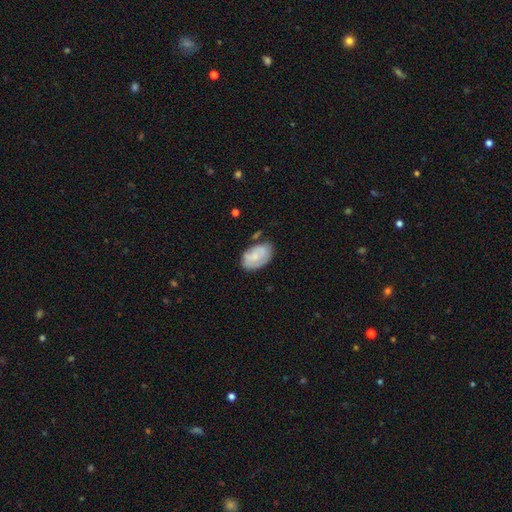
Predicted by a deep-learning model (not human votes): This is likely a smooth galaxy (60%). How rounded: clearly in between (91%). Merging: possibly none (59%).